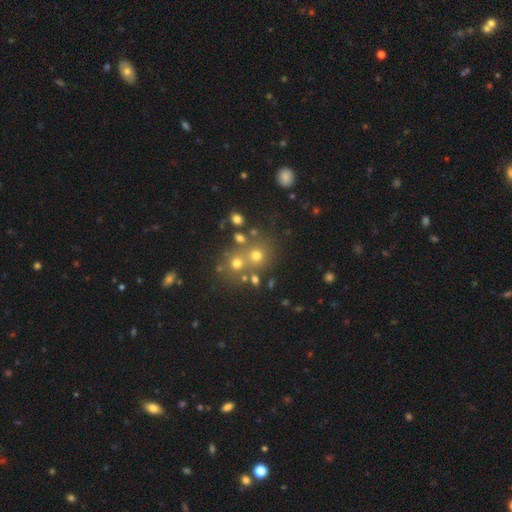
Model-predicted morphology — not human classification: smooth 56%, star or artifact 27%, featured or disk 16%. Down the decision tree: how rounded — round (83%); merging — none (55%).